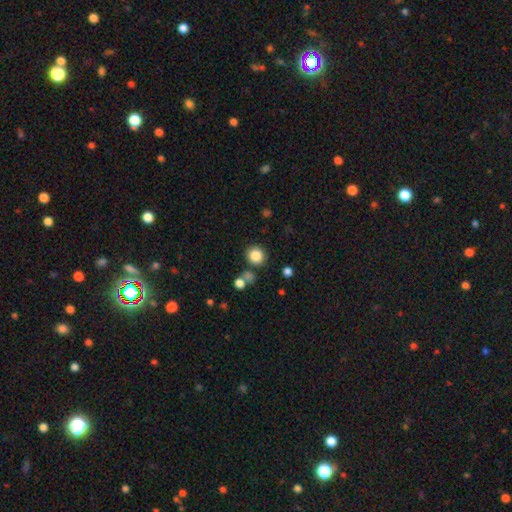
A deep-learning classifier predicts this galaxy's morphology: A smooth galaxy with no disk features (84%) that is round (90%).

Vote fractions:
- Smooth or featured? smooth: 84% / star or artifact: 11% / featured or disk: 5%
- How rounded? round: 90% / in between: 9% / cigar-shaped: 1%
- Merging? none: 81% / minor disturbance: 8% / merger: 7% / major disturbance: 3%